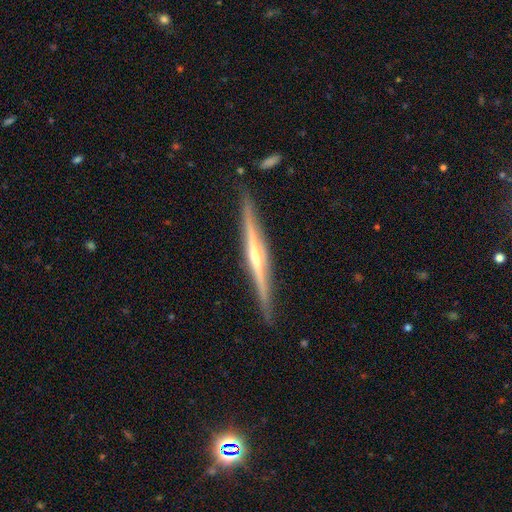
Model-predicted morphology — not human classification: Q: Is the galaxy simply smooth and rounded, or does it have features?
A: featured or disk — 80%.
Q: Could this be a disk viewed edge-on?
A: yes — 98%.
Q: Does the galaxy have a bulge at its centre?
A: rounded — 62%.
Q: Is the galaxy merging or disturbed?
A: none — 87%.